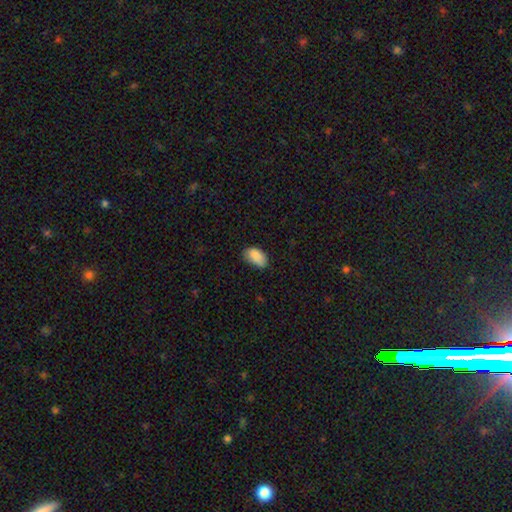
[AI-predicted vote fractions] This appears to be a smooth galaxy with no disk features (86%) that is in between round and cigar-shaped (93%). Merging: none (63%).